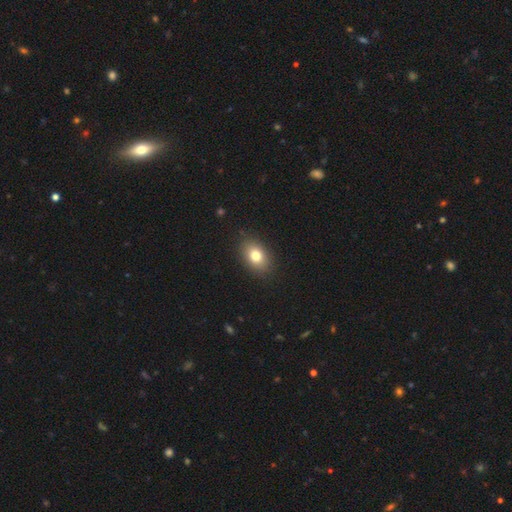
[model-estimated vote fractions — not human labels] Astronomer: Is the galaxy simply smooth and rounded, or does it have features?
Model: smooth — 78%.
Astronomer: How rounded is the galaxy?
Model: in between — 79%.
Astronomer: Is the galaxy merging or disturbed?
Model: none — 88%.